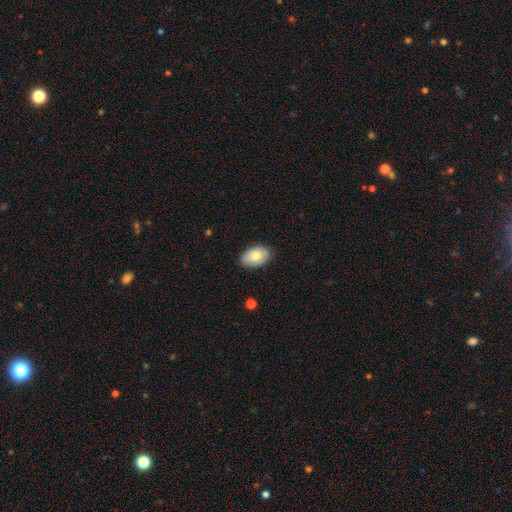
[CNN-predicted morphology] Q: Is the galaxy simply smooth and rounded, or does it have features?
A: smooth — 76%.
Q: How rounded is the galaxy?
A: in between — 92%.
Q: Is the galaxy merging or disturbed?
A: none — 84%.